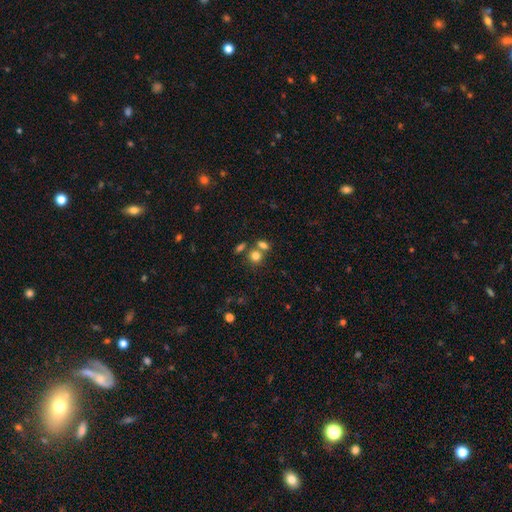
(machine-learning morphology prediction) smooth-or-featured: smooth: 77% | star or artifact: 14% | featured or disk: 9%
  how-rounded: round: 72% | in between: 27% | cigar-shaped: 2%
  merging: none: 53% | merger: 33% | minor disturbance: 9% | major disturbance: 5%